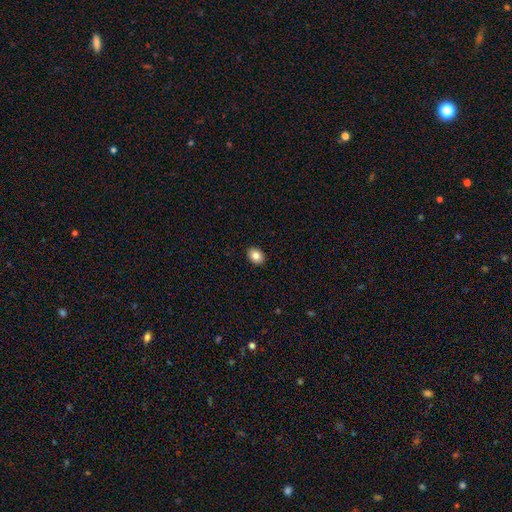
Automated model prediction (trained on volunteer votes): A smooth galaxy with no disk features (85%) that is in between round and cigar-shaped (61%).

Vote fractions:
- Smooth or featured? smooth: 85% / star or artifact: 9% / featured or disk: 6%
- How rounded? in between: 61% / round: 38% / cigar-shaped: 1%
- Merging? none: 91% / minor disturbance: 6% / major disturbance: 2% / merger: 1%